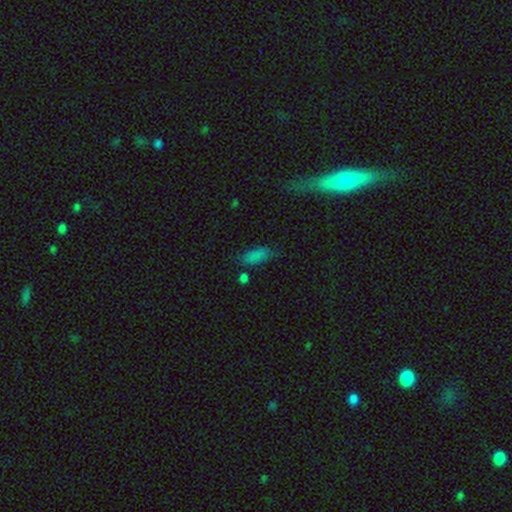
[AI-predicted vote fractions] Q: Smooth or featured?
A: smooth (80%); runner-up: star or artifact (14%)
Q: How rounded?
A: in between (81%); runner-up: cigar-shaped (16%)
Q: Merging?
A: none (65%); runner-up: minor disturbance (23%)